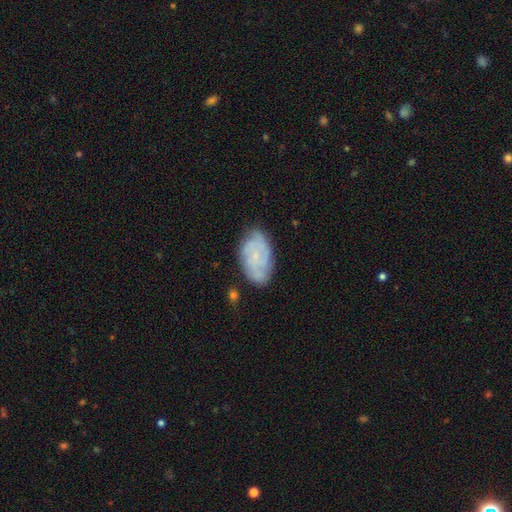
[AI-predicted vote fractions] Smooth or featured?
  - featured or disk: 57% *
  - smooth: 33%
  - star or artifact: 10%
Edge-on disk?
  - no: 95% *
  - yes: 5%
Bar?
  - no: 76% *
  - weak: 21%
  - strong: 4%
Spiral arms?
  - yes: 82% *
  - no: 18%
Bulge size?
  - small: 71% *
  - none: 14%
  - moderate: 13%
  - large: 1%
  - dominant: 1%
Merging?
  - none: 75% *
  - minor disturbance: 18%
  - major disturbance: 5%
  - merger: 2%